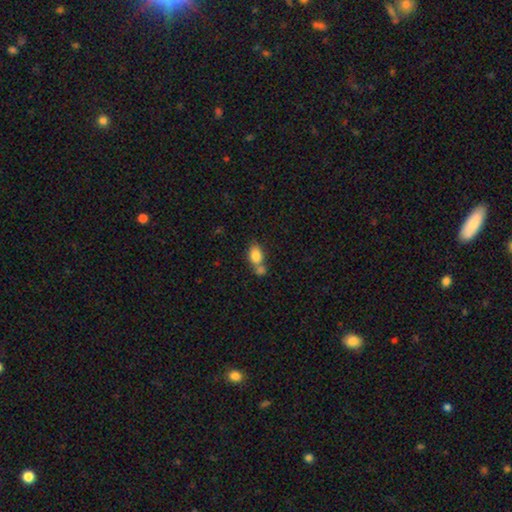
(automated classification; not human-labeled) A smooth galaxy with no disk features (82%) that is in between round and cigar-shaped (82%). Merging: merger (47%).